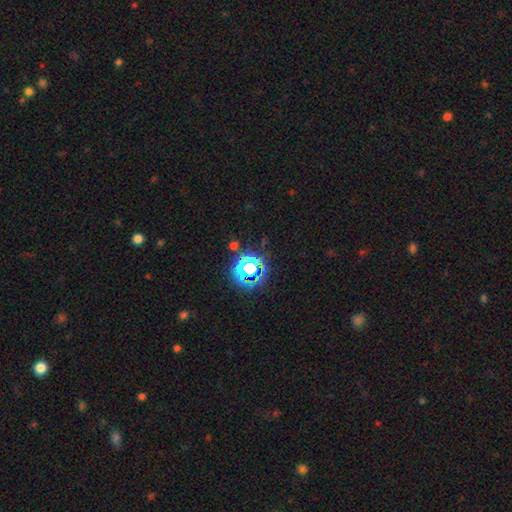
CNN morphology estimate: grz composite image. It shows a star or artifact, not a galaxy (78%).